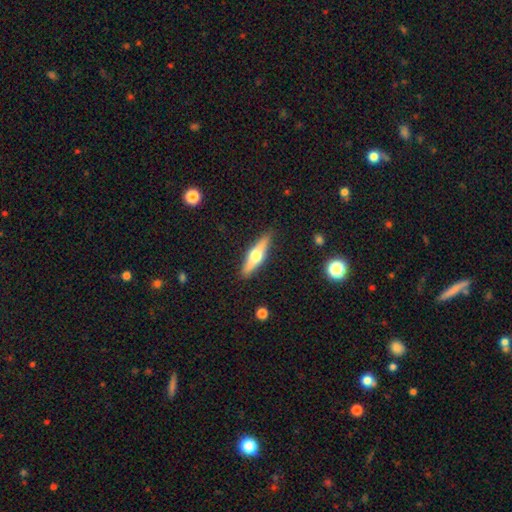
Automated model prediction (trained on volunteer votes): Smooth or featured? featured or disk (59%)
Edge-on disk? yes (95%)
Edge-on bulge? rounded (95%)
Merging? none (89%)